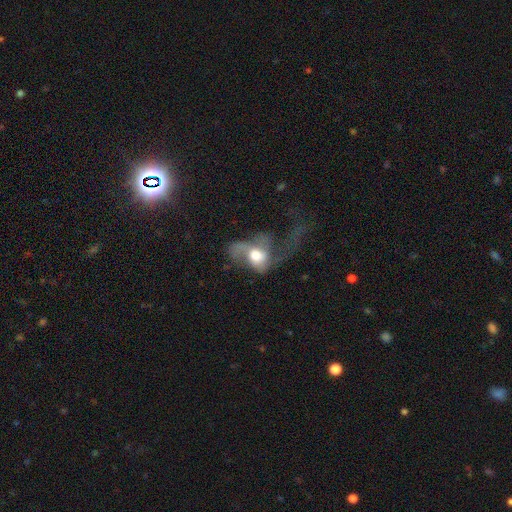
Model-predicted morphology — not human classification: smooth-or-featured: featured or disk: 49% | smooth: 41% | star or artifact: 9%
  merging: major disturbance: 64% | none: 15% | minor disturbance: 13% | merger: 8%